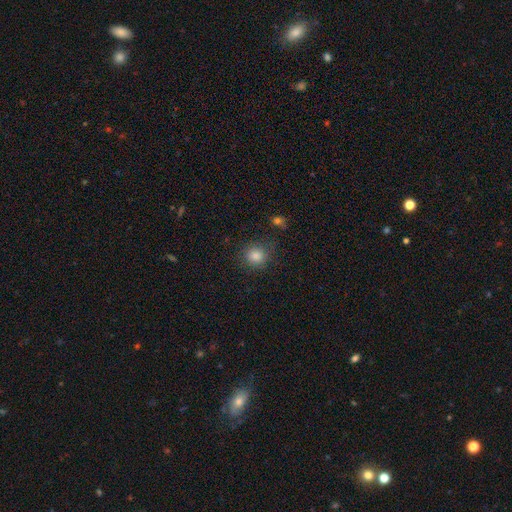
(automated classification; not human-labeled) smooth-or-featured: smooth: 83% | star or artifact: 13% | featured or disk: 5%
  how-rounded: round: 89% | in between: 10% | cigar-shaped: 1%
  merging: none: 85% | minor disturbance: 10% | major disturbance: 3% | merger: 2%